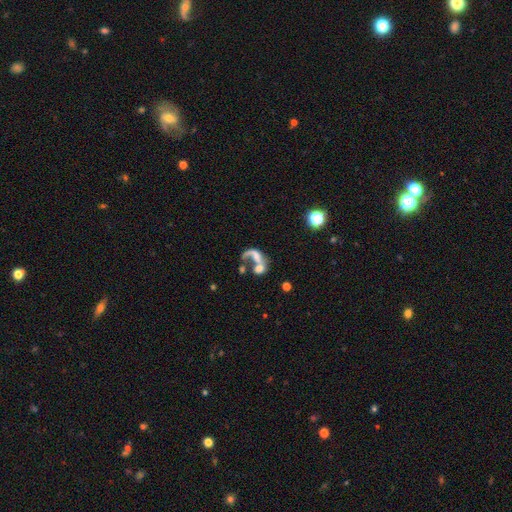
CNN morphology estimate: Q: Smooth or featured?
A: featured or disk (54%); runner-up: smooth (33%)
Q: Edge-on disk?
A: no (96%); runner-up: yes (4%)
Q: Bar?
A: no (72%); runner-up: weak (19%)
Q: Spiral arms?
A: no (51%); runner-up: yes (49%)
Q: Bulge size?
A: none (39%); runner-up: moderate (25%)
Q: Merging?
A: merger (55%); runner-up: major disturbance (23%)